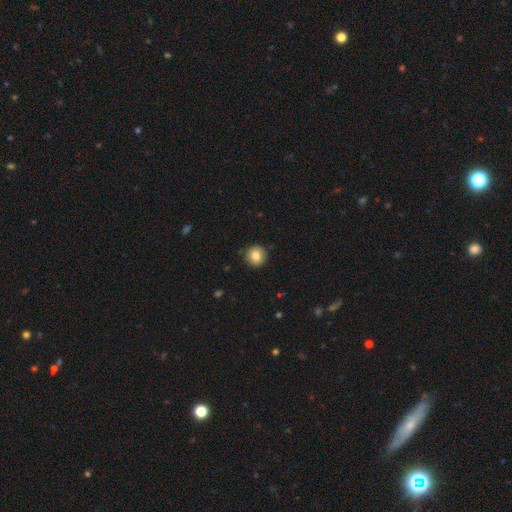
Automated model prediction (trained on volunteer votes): Smooth or featured: smooth — 83% (star or artifact — 9%)
How rounded: round — 94% (in between — 5%)
Merging: none — 90% (minor disturbance — 7%)